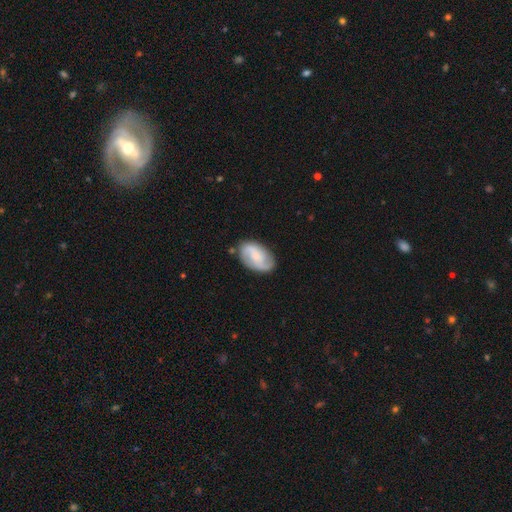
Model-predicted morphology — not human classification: A featured or disk galaxy (66%) with no bar (50%), 2 (79%) medium (45%) spiral arms (93%) and a small central bulge (46%).

Vote fractions:
- Smooth or featured? featured or disk: 66% / smooth: 28% / star or artifact: 6%
- Edge-on disk? no: 97% / yes: 3%
- Bar? no: 50% / weak: 41% / strong: 10%
- Spiral arms? yes: 93% / no: 7%
- Spiral winding? medium: 45% / loose: 30% / tight: 25%
- Spiral arm count? 2: 79% / can't tell: 10% / 3: 5% / 1: 4% / 4: 1% / more than 4: 1%
- Bulge size? small: 46% / moderate: 27% / none: 20% / large: 5% / dominant: 2%
- Merging? none: 75% / minor disturbance: 17% / major disturbance: 5% / merger: 2%